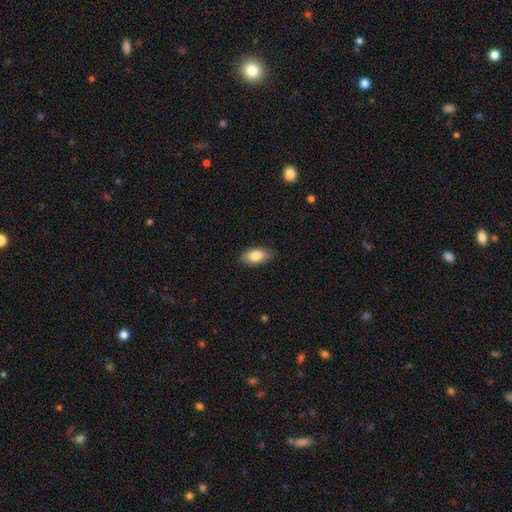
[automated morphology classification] Smooth or featured: smooth — 84% (featured or disk — 10%)
How rounded: in between — 91% (cigar-shaped — 6%)
Merging: none — 87% (minor disturbance — 10%)